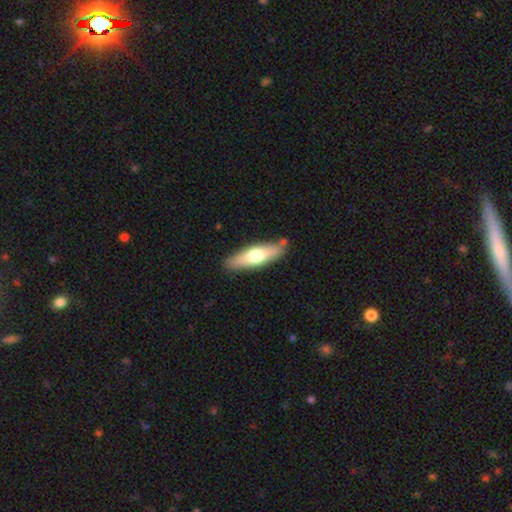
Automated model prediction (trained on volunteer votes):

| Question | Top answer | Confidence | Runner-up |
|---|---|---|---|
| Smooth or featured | smooth | 60% | featured or disk (35%) |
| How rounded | cigar-shaped | 56% | in between (42%) |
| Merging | none | 83% | minor disturbance (11%) |